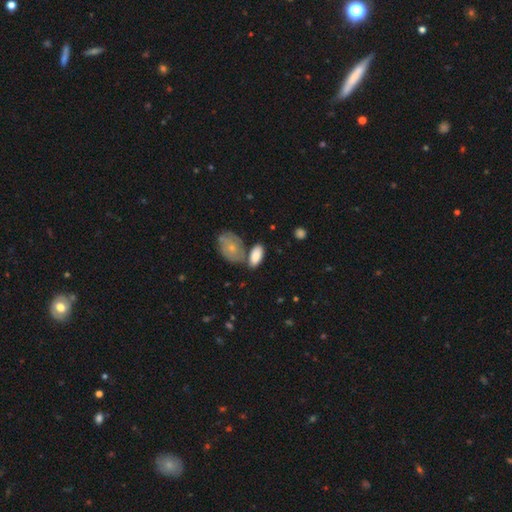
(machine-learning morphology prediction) Overall: smooth (81%). How rounded: in between (90%). Merging: none (57%; merger 21%).